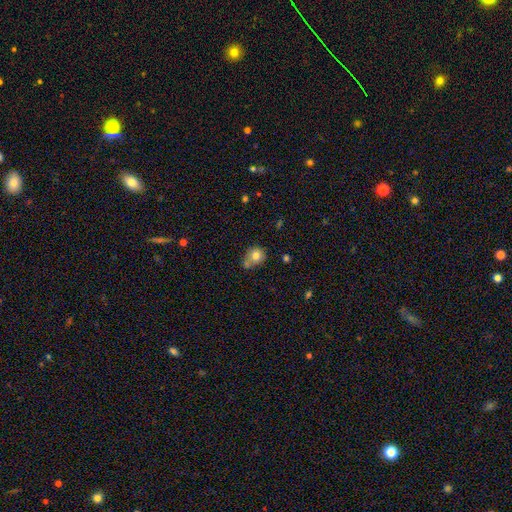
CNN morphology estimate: Overall: smooth (78%). How rounded: round (77%). Merging: none (49%; merger 26%).